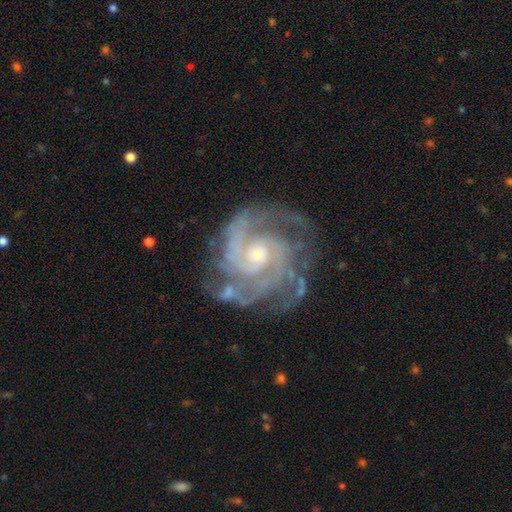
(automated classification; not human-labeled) smooth_or_featured: featured or disk (p=0.92) [alt: star or artifact p=0.05]
disk_edge_on: no (p=0.98) [alt: yes p=0.02]
bar: no (p=0.69) [alt: weak p=0.26]
has_spiral_arms: yes (p=0.98) [alt: no p=0.02]
spiral_winding: tight (p=0.64) [alt: medium p=0.32]
spiral_arm_count: 3 (p=0.32) [alt: 2 p=0.27]
bulge_size: small (p=0.47) [tied with: moderate p=0.47]
merging: none (p=0.70) [alt: minor disturbance p=0.18]